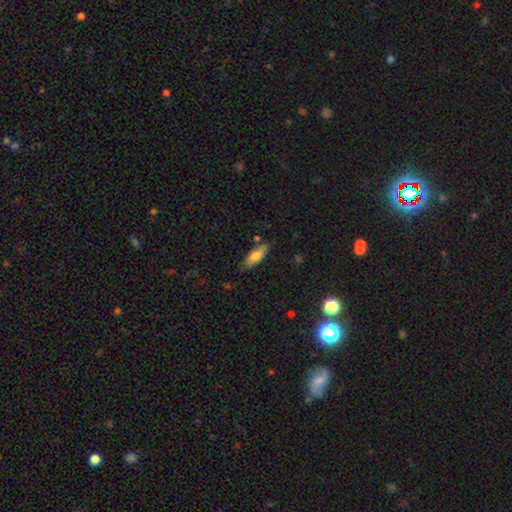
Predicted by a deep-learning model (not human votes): This appears to be a smooth galaxy with no disk features (71%) that is in between round and cigar-shaped (59%). Merging: none (76%).